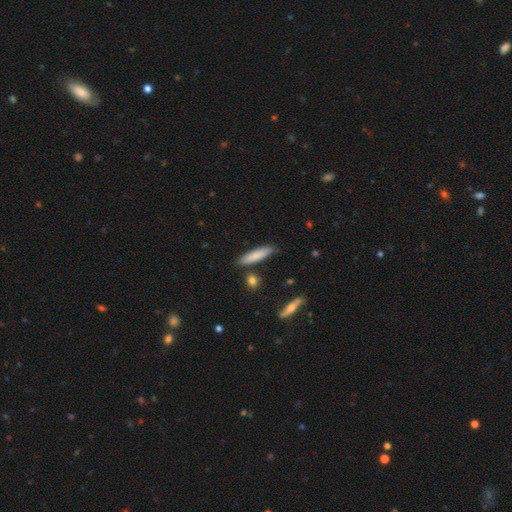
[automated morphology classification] This appears to be a smooth galaxy with no disk features (80%) that is cigar-shaped (77%). Merging: none (82%).